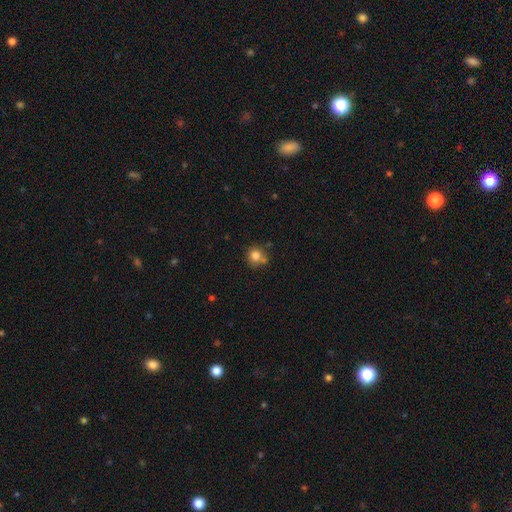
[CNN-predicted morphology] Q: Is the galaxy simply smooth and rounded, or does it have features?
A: smooth — 80%.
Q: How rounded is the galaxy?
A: round — 89%.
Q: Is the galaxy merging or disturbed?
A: none — 67%.